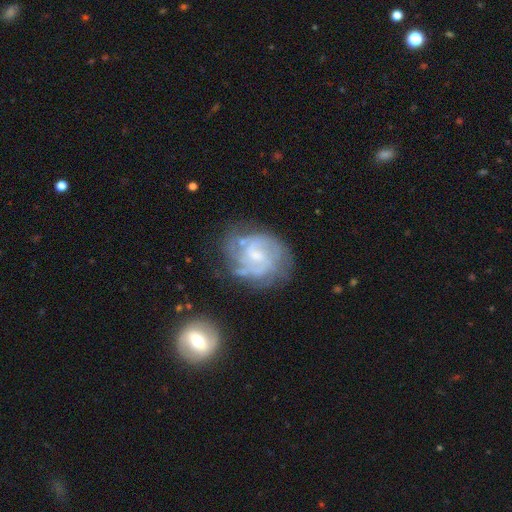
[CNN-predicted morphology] featured or disk 79%, smooth 14%, star or artifact 7%. Down the decision tree: edge-on disk — no (98%); bar — weak (51%); spiral arms — yes (87%); spiral arm count — can't tell (36%); spiral winding — tight (46%); bulge size — small (50%); merging — none (60%).